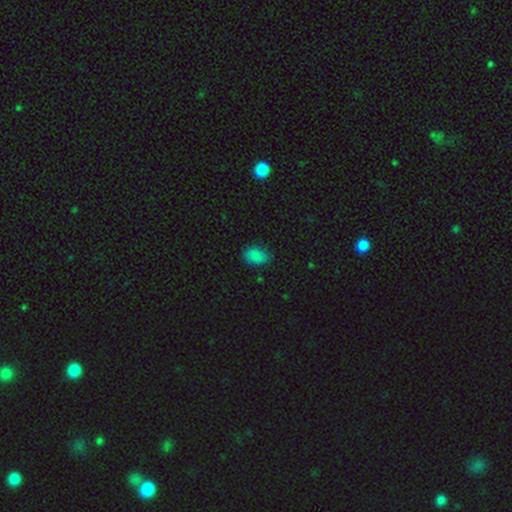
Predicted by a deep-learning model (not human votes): Smooth or featured? smooth (84%)
How rounded? in between (87%)
Merging? none (76%)